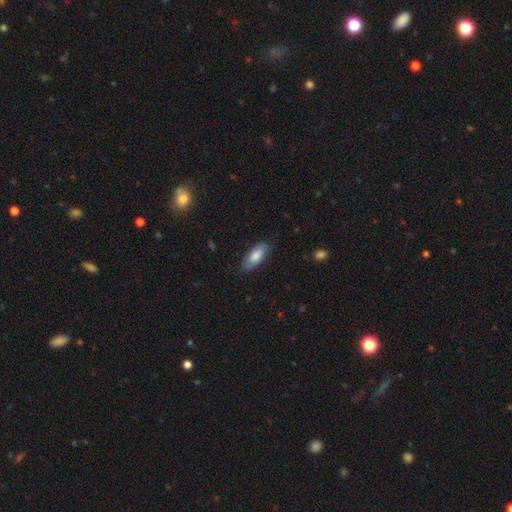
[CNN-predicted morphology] Smooth or featured: smooth — 82% (featured or disk — 12%)
How rounded: in between — 79% (cigar-shaped — 19%)
Merging: none — 82% (minor disturbance — 14%)